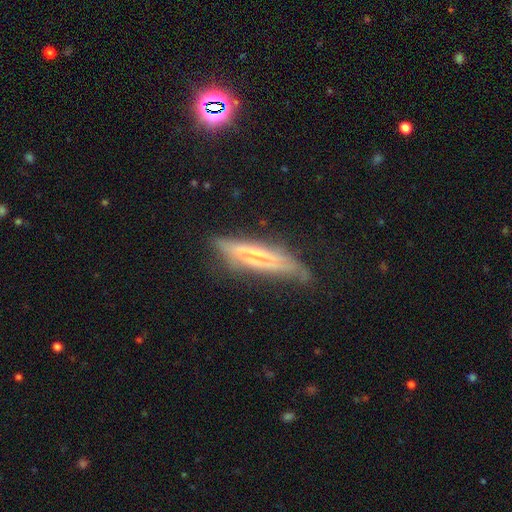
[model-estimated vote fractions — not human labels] Smooth or featured: featured or disk — 64% (smooth — 27%)
Edge-on disk: yes — 82% (no — 18%)
Edge-on bulge: none — 52% (rounded — 30%)
Merging: none — 65% (minor disturbance — 24%)